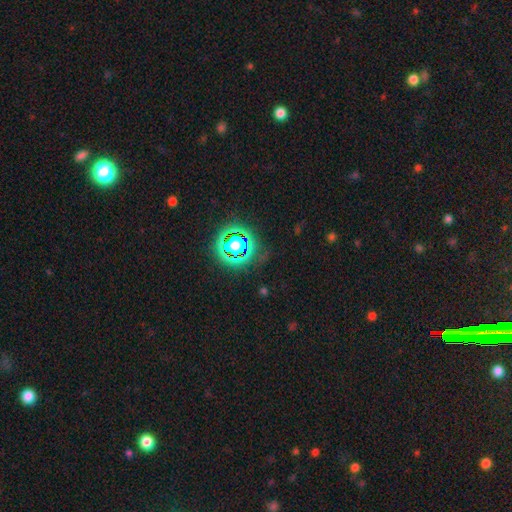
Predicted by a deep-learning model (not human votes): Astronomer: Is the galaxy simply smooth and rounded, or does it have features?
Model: star or artifact — 79%.